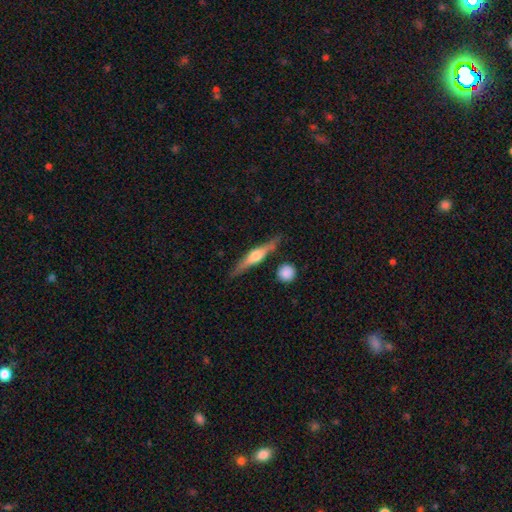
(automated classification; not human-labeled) Q: Smooth or featured?
A: featured or disk (68%); runner-up: smooth (26%)
Q: Edge-on disk?
A: yes (96%); runner-up: no (4%)
Q: Edge-on bulge?
A: rounded (88%); runner-up: boxy (9%)
Q: Merging?
A: none (81%); runner-up: minor disturbance (12%)